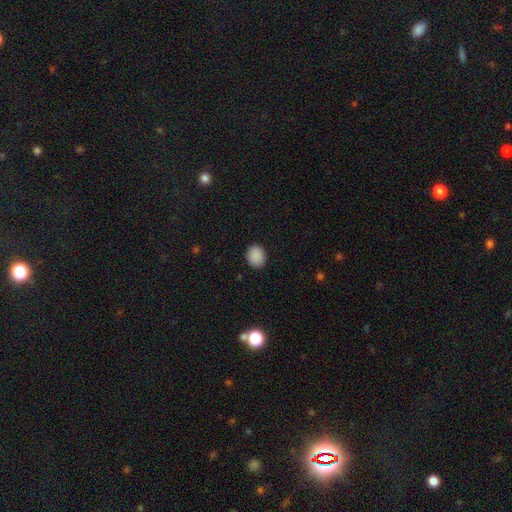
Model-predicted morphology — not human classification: smooth-or-featured: smooth: 89% | star or artifact: 9% | featured or disk: 2%
  how-rounded: round: 52% | in between: 48% | cigar-shaped: 1%
  merging: none: 89% | minor disturbance: 8% | major disturbance: 2% | merger: 1%